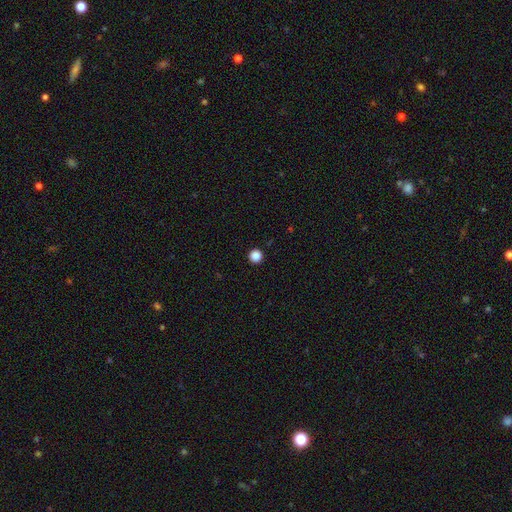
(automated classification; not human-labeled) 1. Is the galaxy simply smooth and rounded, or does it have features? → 87% smooth, 11% star or artifact, 2% featured or disk.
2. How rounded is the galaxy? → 96% round, 3% in between, 1% cigar-shaped.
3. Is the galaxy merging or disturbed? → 94% none, 4% minor disturbance, 1% major disturbance, 1% merger.